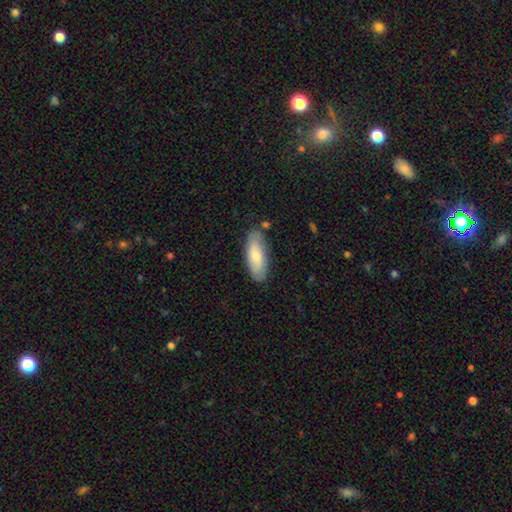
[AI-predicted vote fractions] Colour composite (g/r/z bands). It shows a smooth galaxy with no disk features (71%) that is in between round and cigar-shaped (75%). Merging: none (79%).